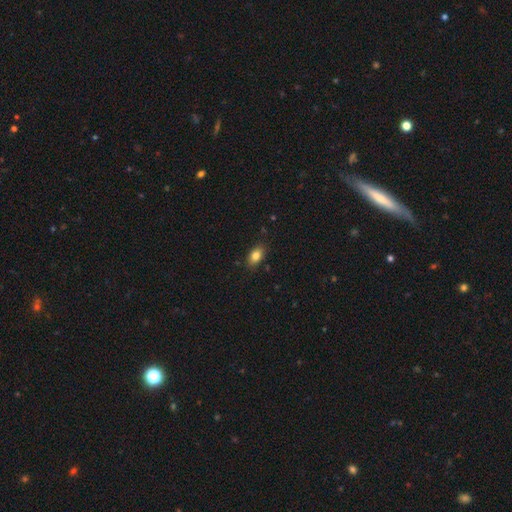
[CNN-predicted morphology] Smooth or featured? smooth (83%)
How rounded? in between (87%)
Merging? none (85%)